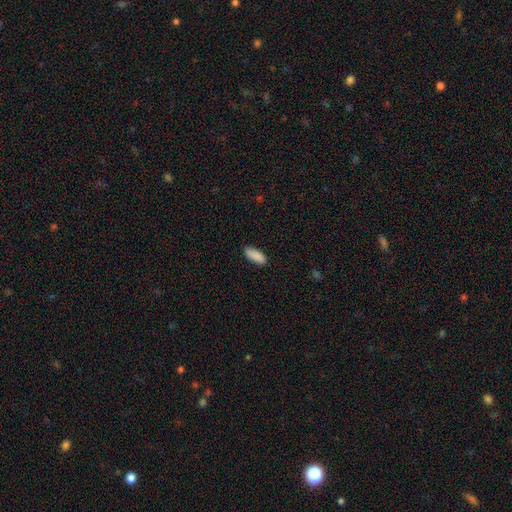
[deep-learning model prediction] A smooth galaxy with no disk features (90%) that is in between round and cigar-shaped (80%).

Vote fractions:
- Smooth or featured? smooth: 90% / star or artifact: 6% / featured or disk: 3%
- How rounded? in between: 80% / cigar-shaped: 18% / round: 2%
- Merging? none: 88% / minor disturbance: 9% / major disturbance: 2% / merger: 1%